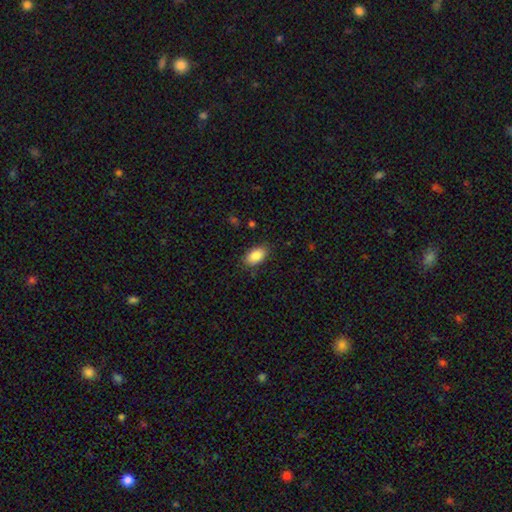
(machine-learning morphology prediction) Smooth or featured? Predicted: smooth (p=0.88). How rounded? Predicted: in between (p=0.94). Merging? Predicted: none (p=0.84).